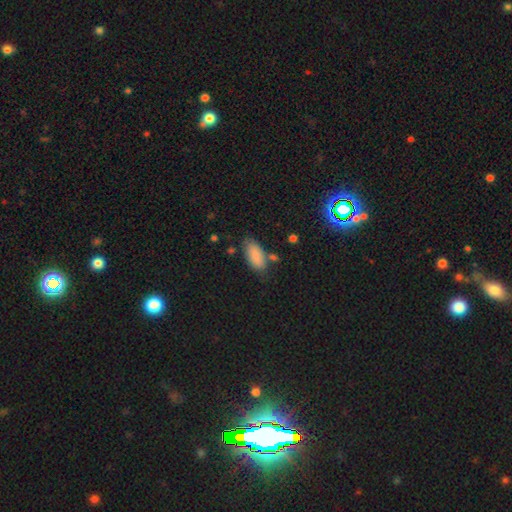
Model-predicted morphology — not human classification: This appears to be a smooth galaxy with no disk features (86%) that is in between round and cigar-shaped (89%). Merging: none (73%).